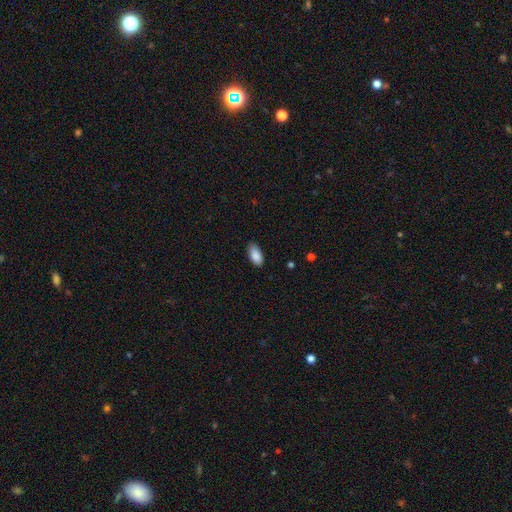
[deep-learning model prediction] Smooth or featured: smooth — 89% (star or artifact — 7%)
How rounded: in between — 92% (cigar-shaped — 6%)
Merging: none — 83% (minor disturbance — 13%)